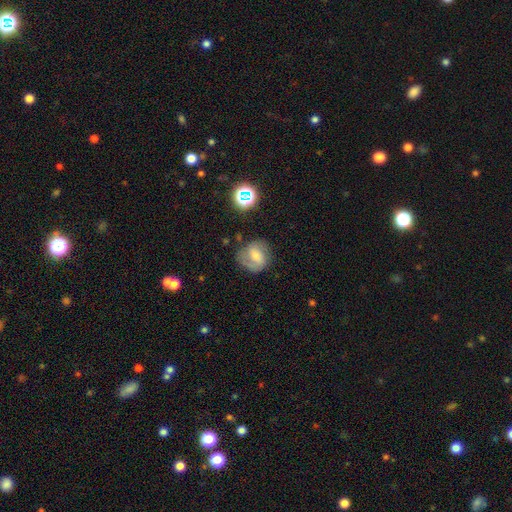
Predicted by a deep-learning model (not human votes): smooth_or_featured: featured or disk (p=0.59) [alt: smooth p=0.30]
disk_edge_on: no (p=0.97) [alt: yes p=0.03]
bar: weak (p=0.47) [alt: no p=0.29]
has_spiral_arms: yes (p=0.85) [alt: no p=0.15]
bulge_size: small (p=0.47) [alt: moderate p=0.43]
merging: none (p=0.67) [alt: minor disturbance p=0.20]